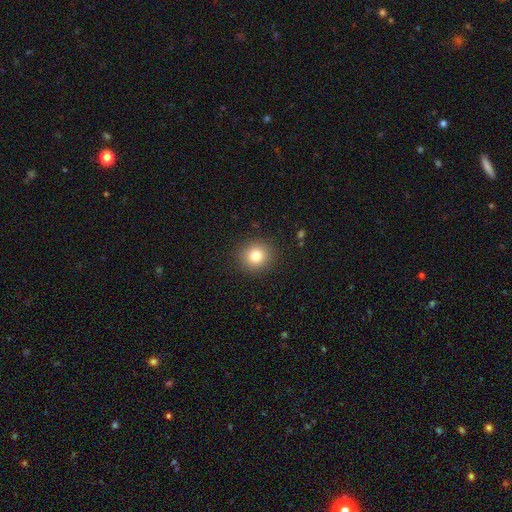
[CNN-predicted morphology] Overall: smooth (81%). How rounded: round (89%). Merging: none (90%).